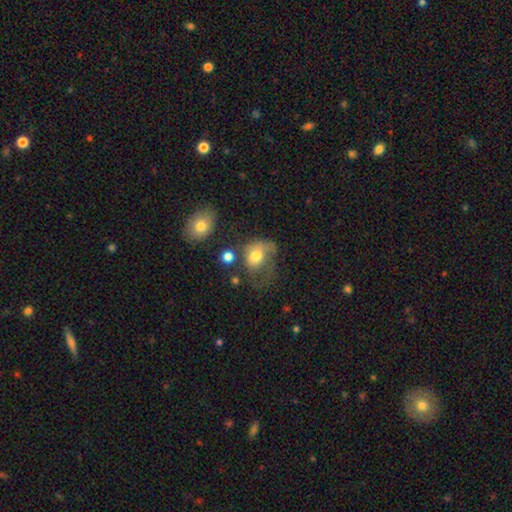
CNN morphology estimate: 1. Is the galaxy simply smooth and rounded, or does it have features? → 63% smooth, 28% featured or disk, 9% star or artifact.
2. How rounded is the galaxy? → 55% in between, 44% round, 1% cigar-shaped.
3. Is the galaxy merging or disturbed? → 49% major disturbance, 21% minor disturbance, 21% none, 9% merger.